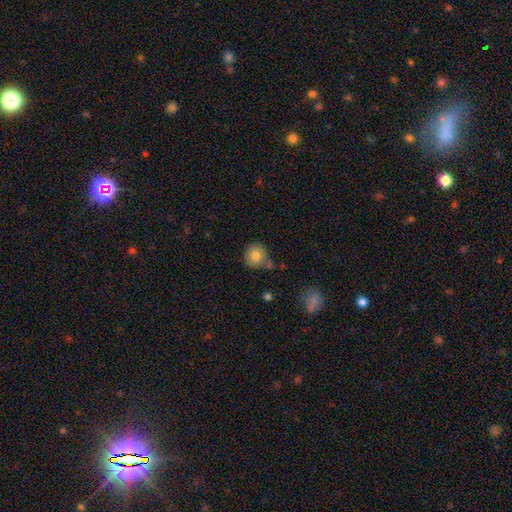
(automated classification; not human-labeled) This appears to be a smooth galaxy with no disk features (80%) that is round (88%). Merging: none (70%).